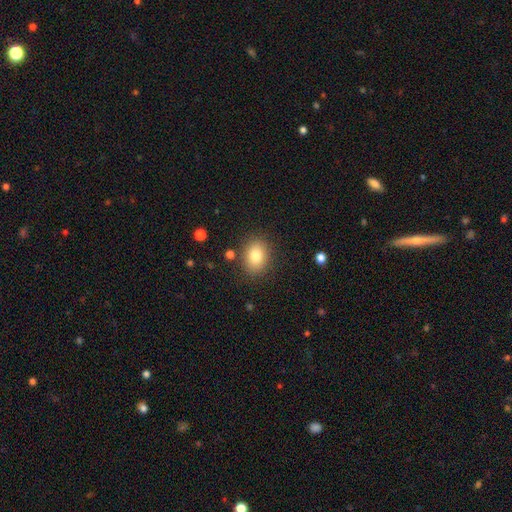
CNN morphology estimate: Smooth or featured?
  - smooth: 81% *
  - star or artifact: 10%
  - featured or disk: 9%
How rounded?
  - in between: 59% *
  - round: 40%
  - cigar-shaped: 1%
Merging?
  - none: 85% *
  - minor disturbance: 10%
  - major disturbance: 3%
  - merger: 2%